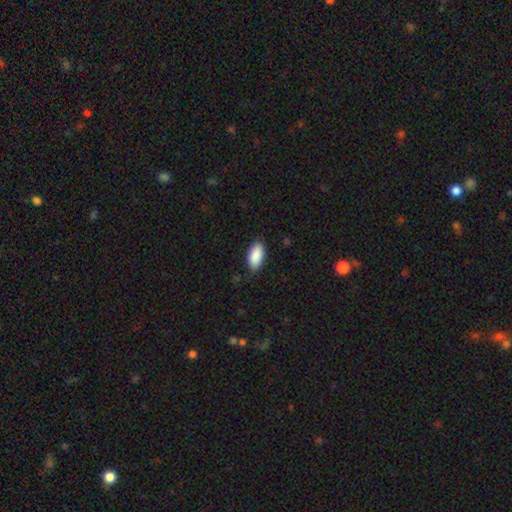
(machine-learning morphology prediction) Q: Smooth or featured?
A: smooth (90%); runner-up: star or artifact (6%)
Q: How rounded?
A: in between (93%); runner-up: cigar-shaped (5%)
Q: Merging?
A: none (81%); runner-up: minor disturbance (15%)